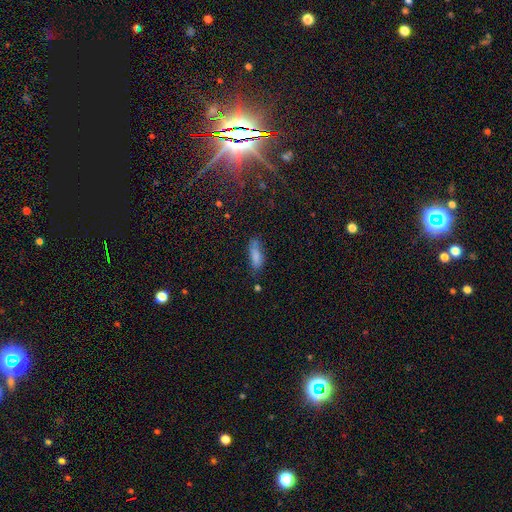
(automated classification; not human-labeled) smooth_or_featured: smooth (p=0.78) [alt: featured or disk p=0.11]
how_rounded: in between (p=0.67) [alt: cigar-shaped p=0.31]
merging: none (p=0.58) [alt: minor disturbance p=0.28]